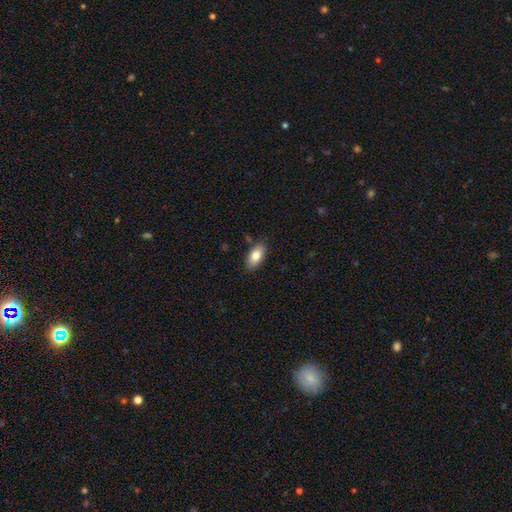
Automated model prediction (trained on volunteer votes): smooth_or_featured: smooth (p=0.81) [alt: featured or disk p=0.12]
how_rounded: in between (p=0.91) [alt: cigar-shaped p=0.06]
merging: none (p=0.84) [alt: minor disturbance p=0.12]